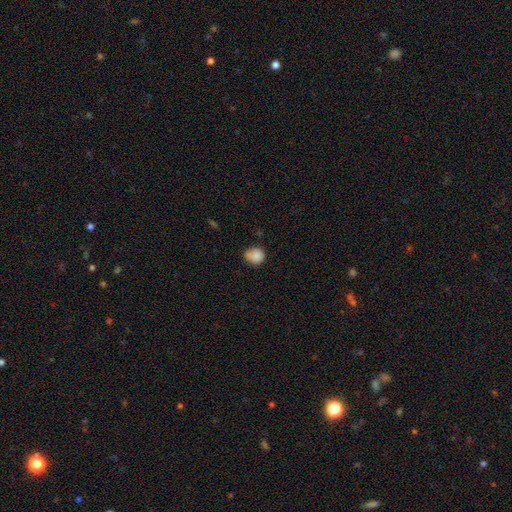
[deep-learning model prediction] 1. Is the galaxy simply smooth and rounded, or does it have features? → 85% smooth, 9% star or artifact, 5% featured or disk.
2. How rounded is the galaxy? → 75% round, 24% in between, 1% cigar-shaped.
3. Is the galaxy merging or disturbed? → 63% none, 29% minor disturbance, 5% major disturbance, 3% merger.